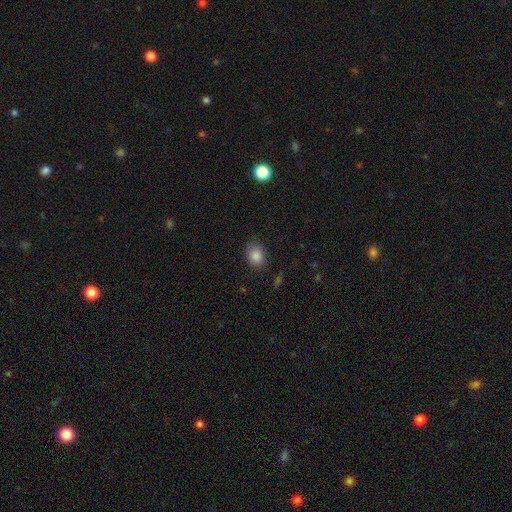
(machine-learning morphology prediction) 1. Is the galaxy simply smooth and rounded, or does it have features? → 85% smooth, 10% star or artifact, 5% featured or disk.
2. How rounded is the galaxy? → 59% in between, 40% round, 1% cigar-shaped.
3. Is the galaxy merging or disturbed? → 79% none, 16% minor disturbance, 4% major disturbance, 1% merger.